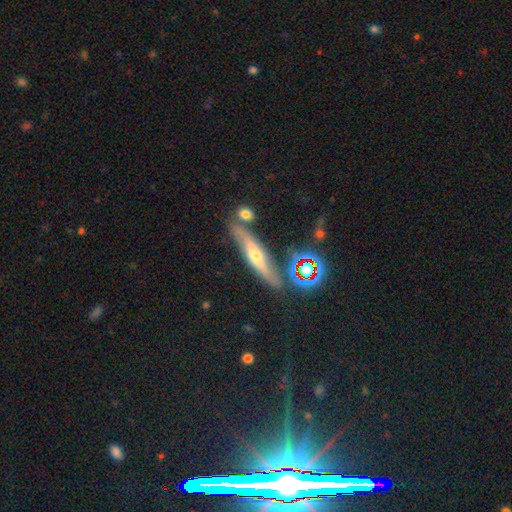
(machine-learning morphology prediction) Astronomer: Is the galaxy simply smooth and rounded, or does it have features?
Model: featured or disk — 55%.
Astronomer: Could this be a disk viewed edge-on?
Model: yes — 81%.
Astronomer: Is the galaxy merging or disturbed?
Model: none — 76%.